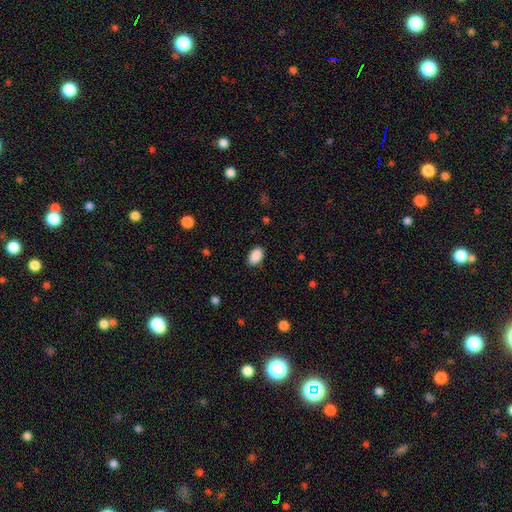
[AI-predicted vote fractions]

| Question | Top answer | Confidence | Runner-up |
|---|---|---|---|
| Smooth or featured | smooth | 90% | star or artifact (7%) |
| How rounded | in between | 92% | round (6%) |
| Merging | none | 86% | minor disturbance (10%) |